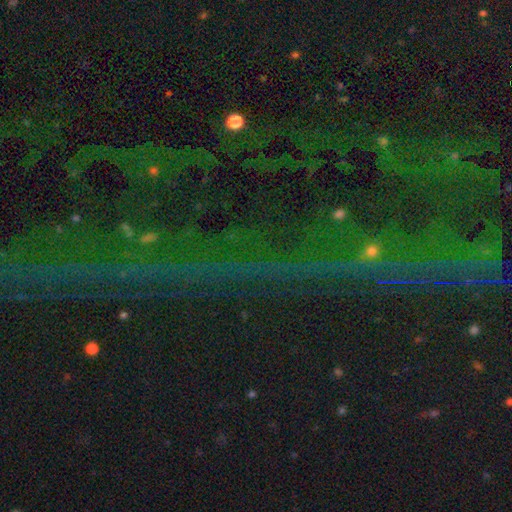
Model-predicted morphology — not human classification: A star or artifact, not a galaxy (83%).

Vote fractions:
- Smooth or featured? star or artifact: 83% / featured or disk: 10% / smooth: 8%